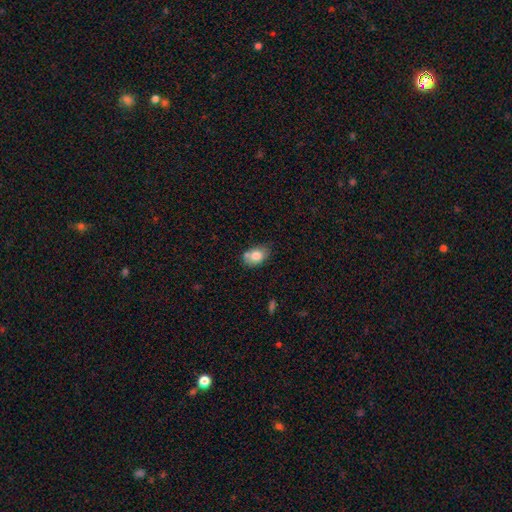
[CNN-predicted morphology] Smooth or featured? Predicted: smooth (p=0.78). How rounded? Predicted: in between (p=0.78). Merging? Predicted: none (p=0.58).